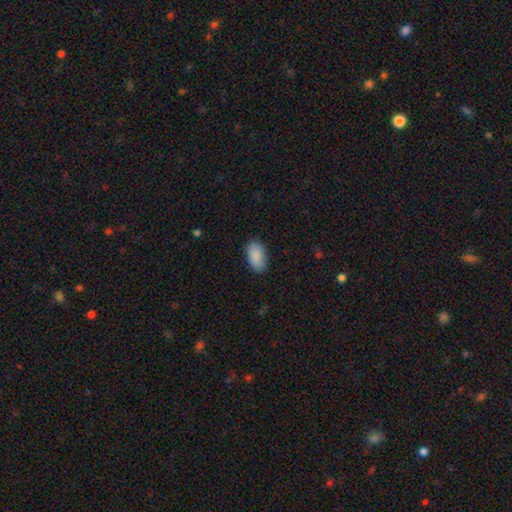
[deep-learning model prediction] Q: Smooth or featured?
A: smooth (90%); runner-up: star or artifact (6%)
Q: How rounded?
A: in between (94%); runner-up: round (4%)
Q: Merging?
A: none (86%); runner-up: minor disturbance (11%)